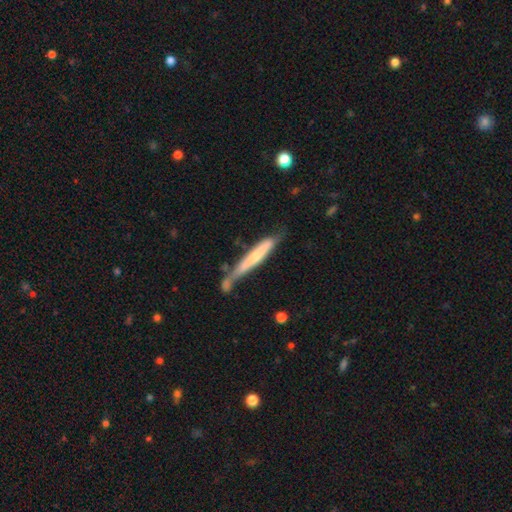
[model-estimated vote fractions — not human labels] smooth_or_featured: smooth (p=0.50) [alt: featured or disk p=0.44]
how_rounded: cigar-shaped (p=0.94) [alt: in between p=0.05]
merging: none (p=0.47) [alt: minor disturbance p=0.24]